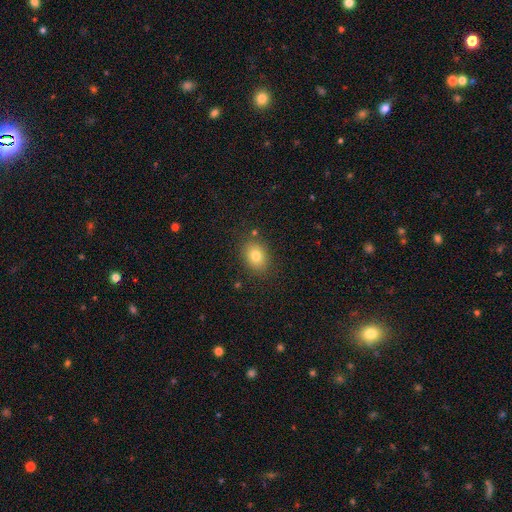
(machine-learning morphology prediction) This is likely a smooth galaxy (79%). How rounded: likely in between (64%). Merging: clearly none (84%).